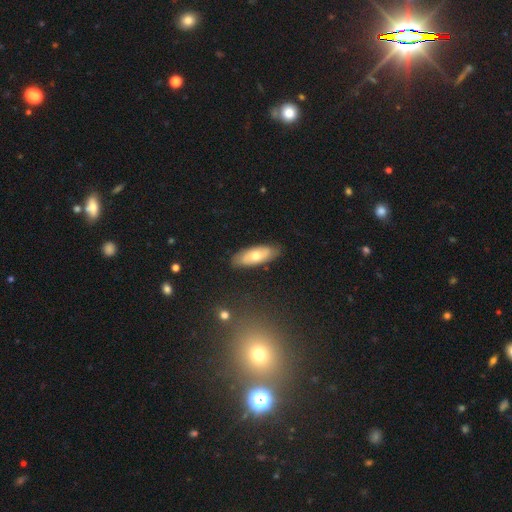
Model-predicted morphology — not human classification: Smooth or featured: smooth — 54% (featured or disk — 40%)
How rounded: in between — 78% (cigar-shaped — 19%)
Merging: none — 84% (minor disturbance — 12%)